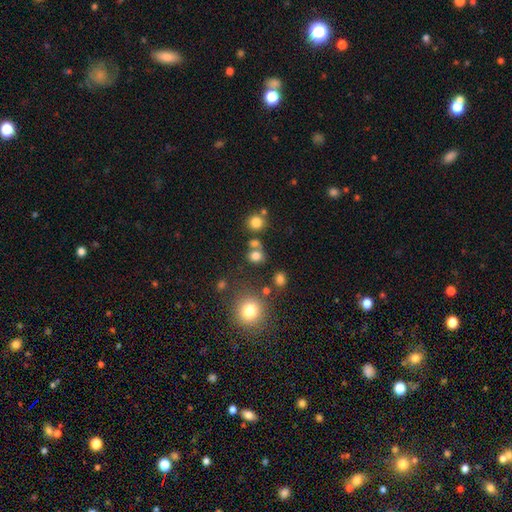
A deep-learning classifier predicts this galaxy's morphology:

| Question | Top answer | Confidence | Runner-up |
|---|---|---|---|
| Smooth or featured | smooth | 76% | star or artifact (16%) |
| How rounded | round | 73% | in between (26%) |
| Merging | none | 59% | merger (25%) |